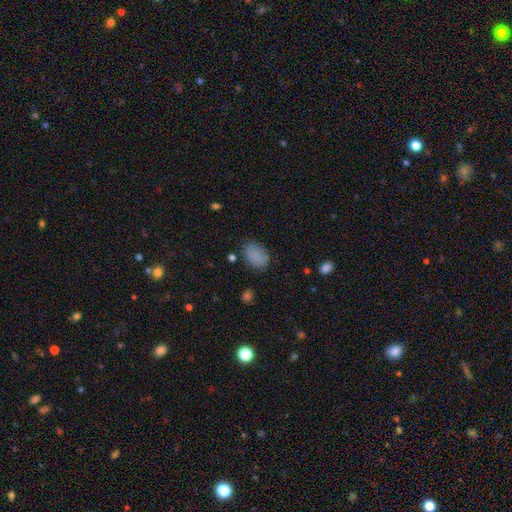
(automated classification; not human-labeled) smooth_or_featured: smooth (p=0.85) [alt: star or artifact p=0.10]
how_rounded: in between (p=0.86) [alt: round p=0.13]
merging: none (p=0.76) [alt: minor disturbance p=0.17]